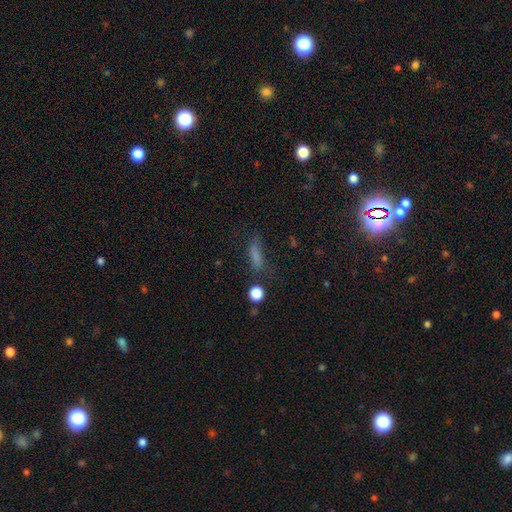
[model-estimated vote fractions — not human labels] Q: Smooth or featured?
A: smooth (58%); runner-up: star or artifact (28%)
Q: How rounded?
A: cigar-shaped (55%); runner-up: in between (37%)
Q: Merging?
A: none (59%); runner-up: minor disturbance (22%)